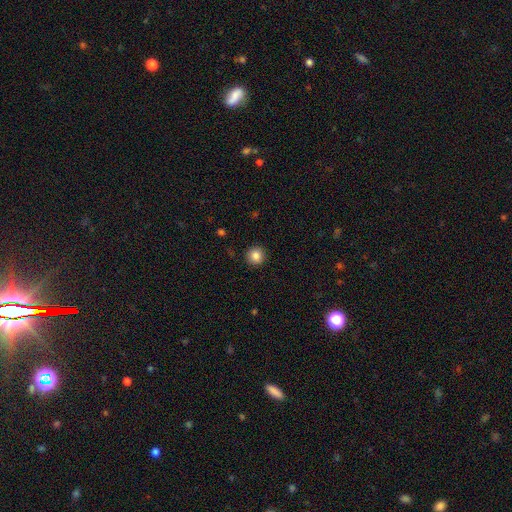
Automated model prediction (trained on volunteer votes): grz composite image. It shows a smooth galaxy with no disk features (86%) that is round (94%). Merging: none (92%).